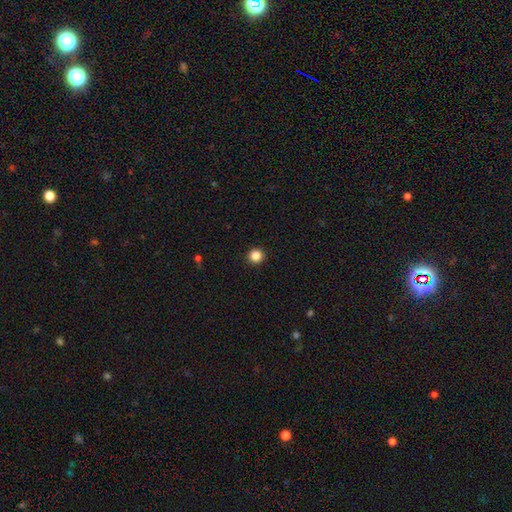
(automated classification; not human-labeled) This appears to be a smooth galaxy with no disk features (85%) that is round (95%). Merging: none (94%).